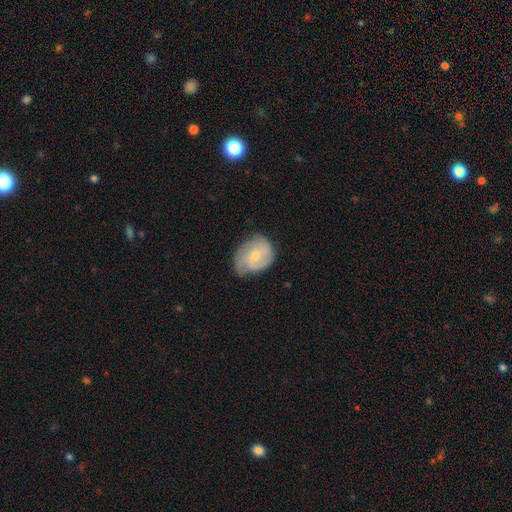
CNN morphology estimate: type=featured or disk (67%); edge-on=no (98%); bar=no (56%); spiral arms=yes (91%); winding=tight (45%); arm count=3 (31%); bulge=small (59%); merging=none (60%).